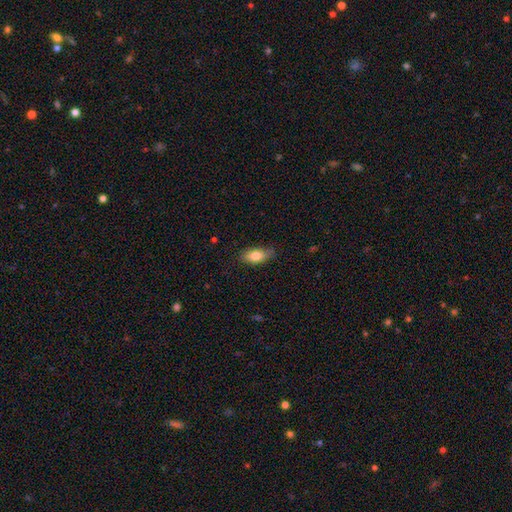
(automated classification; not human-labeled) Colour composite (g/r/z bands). It shows a smooth galaxy with no disk features (81%) that is in between round and cigar-shaped (86%). Merging: none (78%).